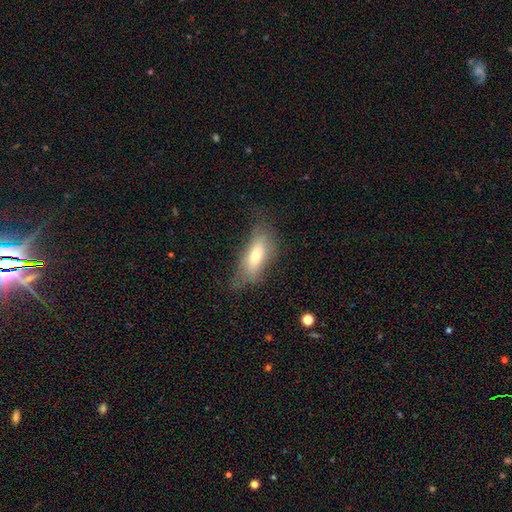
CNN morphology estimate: Smooth or featured: smooth — 66% (featured or disk — 26%)
How rounded: in between — 74% (cigar-shaped — 22%)
Merging: none — 61% (minor disturbance — 26%)